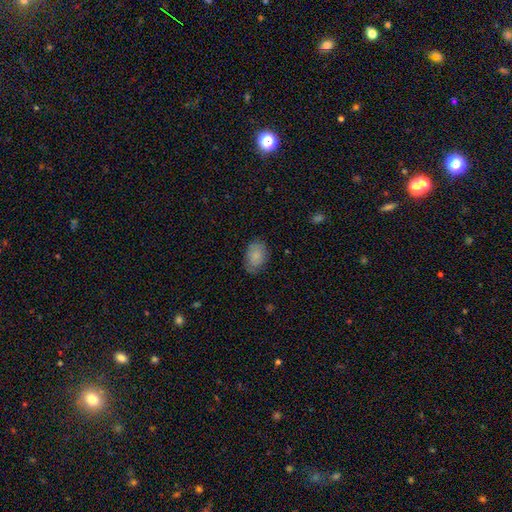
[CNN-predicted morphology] smooth-or-featured: smooth: 81% | featured or disk: 11% | star or artifact: 8%
  how-rounded: in between: 80% | round: 19% | cigar-shaped: 1%
  merging: none: 71% | minor disturbance: 23% | major disturbance: 5% | merger: 1%